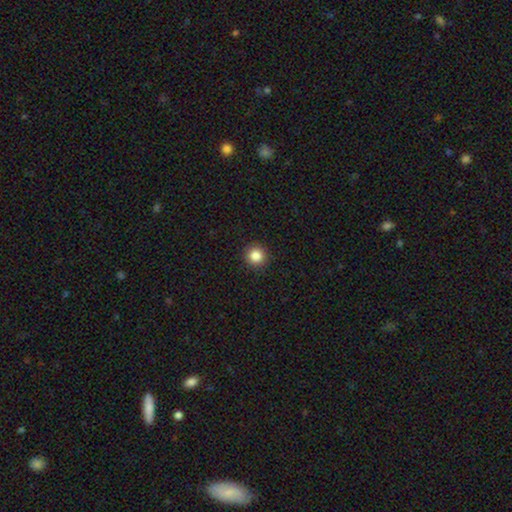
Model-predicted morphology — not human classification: A smooth galaxy with no disk features (85%) that is round (95%).

Vote fractions:
- Smooth or featured? smooth: 85% / star or artifact: 11% / featured or disk: 4%
- How rounded? round: 95% / in between: 4% / cigar-shaped: 1%
- Merging? none: 93% / minor disturbance: 5% / major disturbance: 2% / merger: 1%